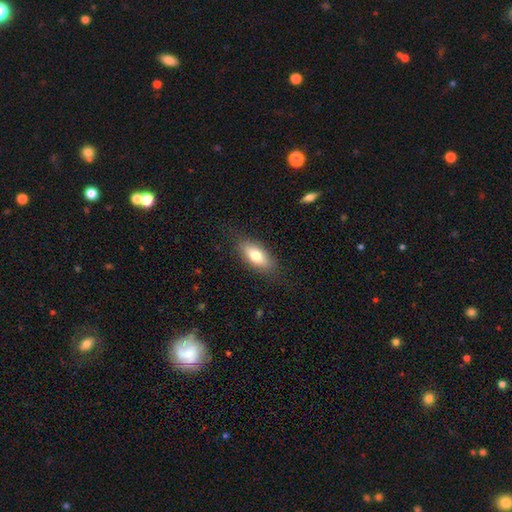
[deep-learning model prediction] Smooth or featured? smooth (75%)
How rounded? in between (82%)
Merging? none (83%)